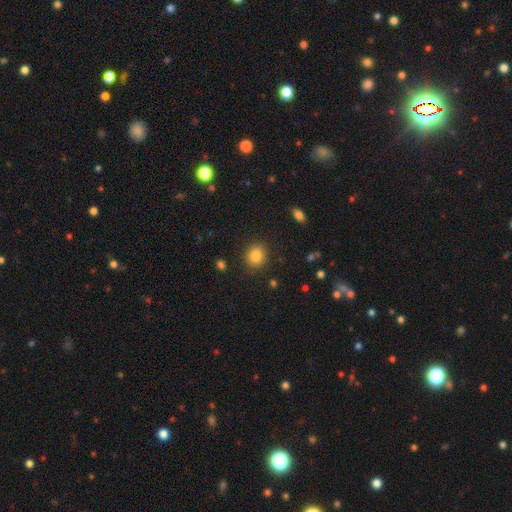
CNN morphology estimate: Overall: smooth (83%). How rounded: round (74%). Merging: none (88%).